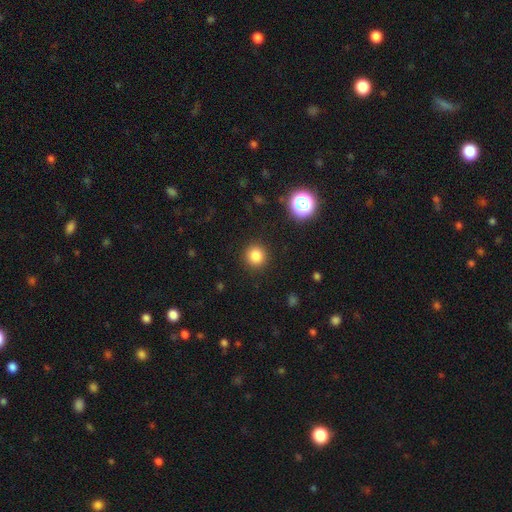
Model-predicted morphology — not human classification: Smooth or featured? smooth (83%)
How rounded? round (93%)
Merging? none (91%)